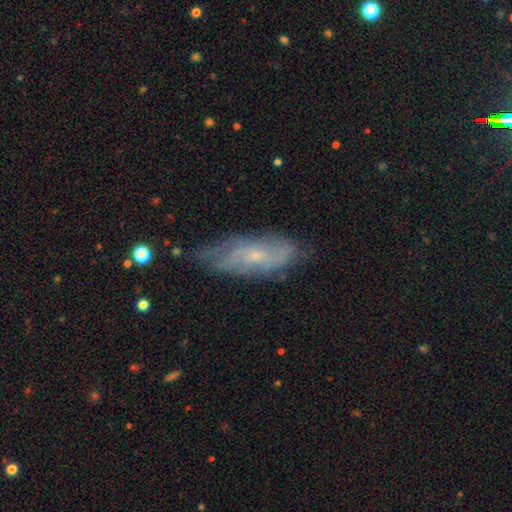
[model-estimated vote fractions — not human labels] smooth-or-featured: featured or disk: 63% | smooth: 29% | star or artifact: 8%
  disk-edge-on: no: 84% | yes: 16%
    bar: no: 68% | weak: 28% | strong: 4%
    has-spiral-arms: yes: 79% | no: 21%
    bulge-size: small: 68% | moderate: 26% | none: 5% | large: 1% | dominant: 1%
  merging: none: 60% | minor disturbance: 29% | major disturbance: 9% | merger: 2%